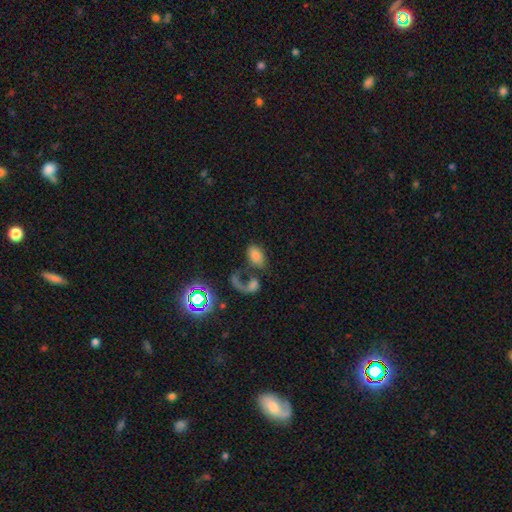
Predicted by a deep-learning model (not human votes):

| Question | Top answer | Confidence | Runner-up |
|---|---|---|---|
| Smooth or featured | smooth | 70% | featured or disk (17%) |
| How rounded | in between | 90% | round (8%) |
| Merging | merger | 36% | none (32%) |